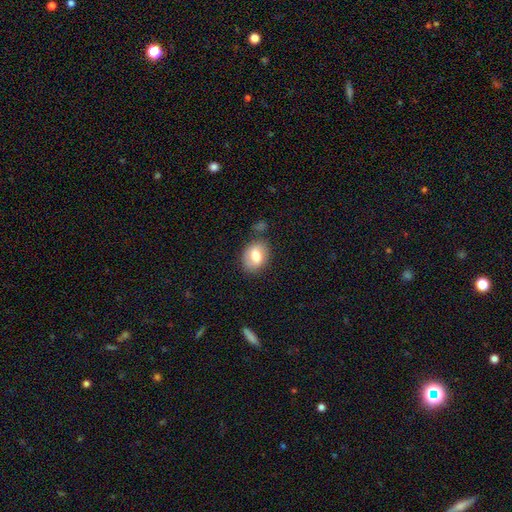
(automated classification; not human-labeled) Smooth or featured? Predicted: smooth (p=0.72). How rounded? Predicted: in between (p=0.70). Merging? Predicted: none (p=0.74).